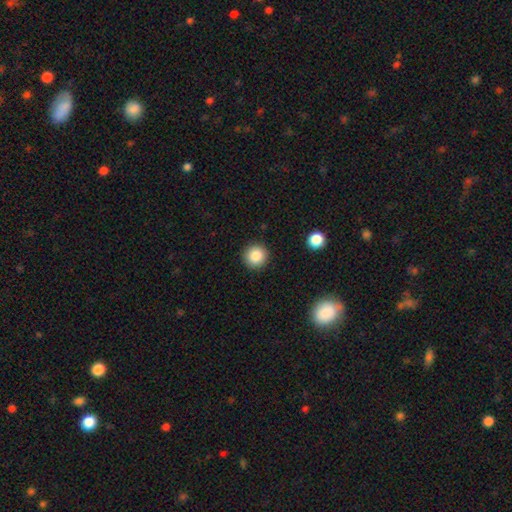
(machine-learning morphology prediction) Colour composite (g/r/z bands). It shows a smooth galaxy with no disk features (86%) that is round (95%). Merging: none (92%).